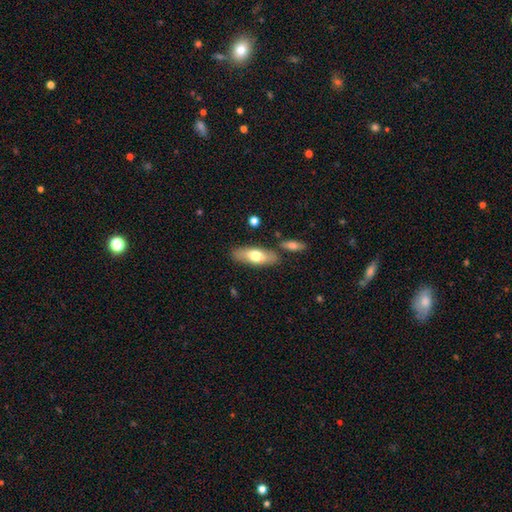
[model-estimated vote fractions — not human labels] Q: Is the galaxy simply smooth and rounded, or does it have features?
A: smooth — 65%.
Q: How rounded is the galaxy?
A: in between — 71%.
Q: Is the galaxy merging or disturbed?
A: none — 80%.